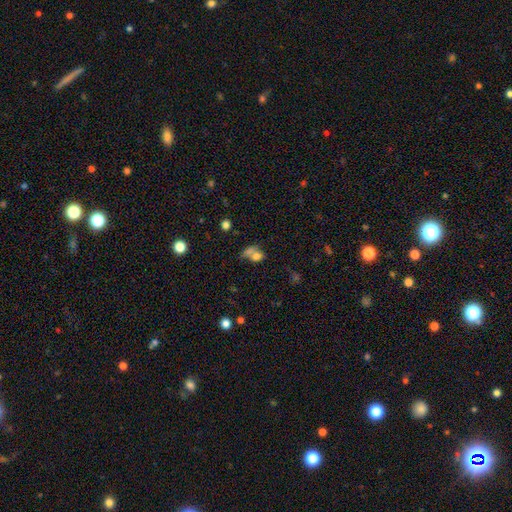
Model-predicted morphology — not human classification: Smooth or featured?
  - smooth: 70% *
  - featured or disk: 16%
  - star or artifact: 13%
How rounded?
  - in between: 57% *
  - round: 41%
  - cigar-shaped: 2%
Merging?
  - merger: 56% *
  - none: 26%
  - minor disturbance: 10%
  - major disturbance: 8%